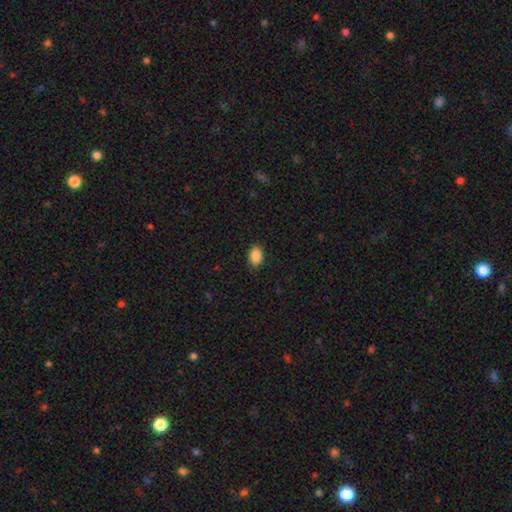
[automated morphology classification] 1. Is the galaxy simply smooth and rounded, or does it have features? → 89% smooth, 8% star or artifact, 3% featured or disk.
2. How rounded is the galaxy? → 88% in between, 11% round, 1% cigar-shaped.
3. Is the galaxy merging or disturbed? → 86% none, 11% minor disturbance, 2% major disturbance, 1% merger.